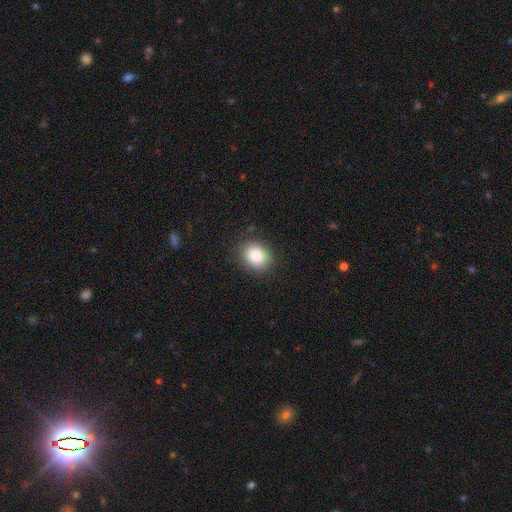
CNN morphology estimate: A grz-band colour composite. It shows a smooth galaxy with no disk features (84%) that is round (64%). Merging: none (88%).